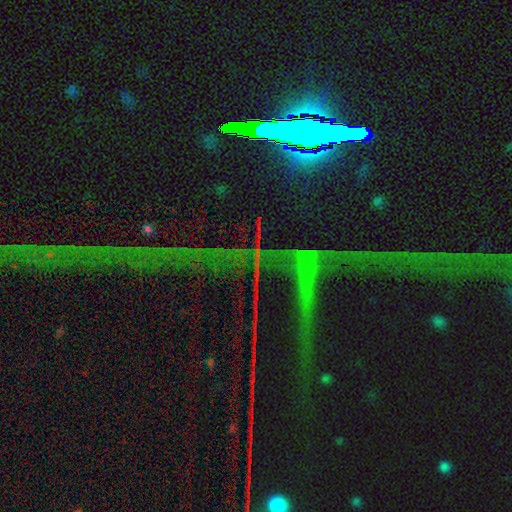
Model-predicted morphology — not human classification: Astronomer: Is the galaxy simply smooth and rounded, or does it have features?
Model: star or artifact — 80%.